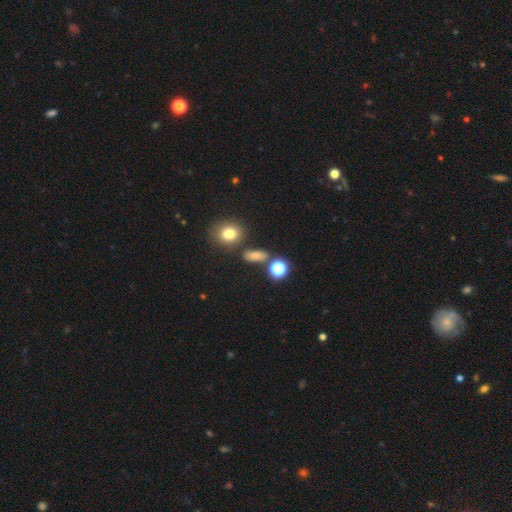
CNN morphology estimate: Smooth or featured?
  - smooth: 67% *
  - star or artifact: 20%
  - featured or disk: 12%
How rounded?
  - in between: 58% *
  - round: 26%
  - cigar-shaped: 16%
Merging?
  - none: 76% *
  - minor disturbance: 12%
  - merger: 9%
  - major disturbance: 4%